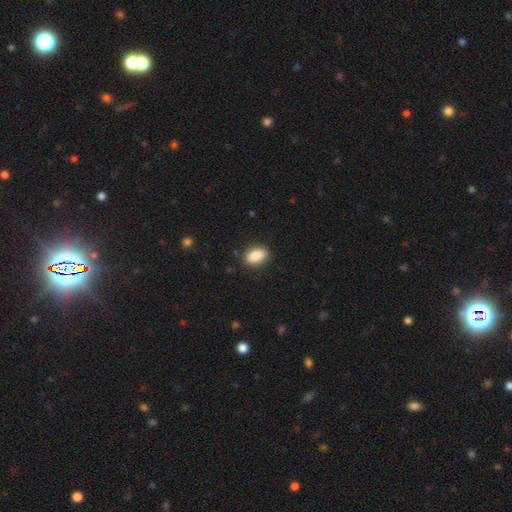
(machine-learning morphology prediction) Overall: smooth (88%). How rounded: in between (89%). Merging: none (87%).